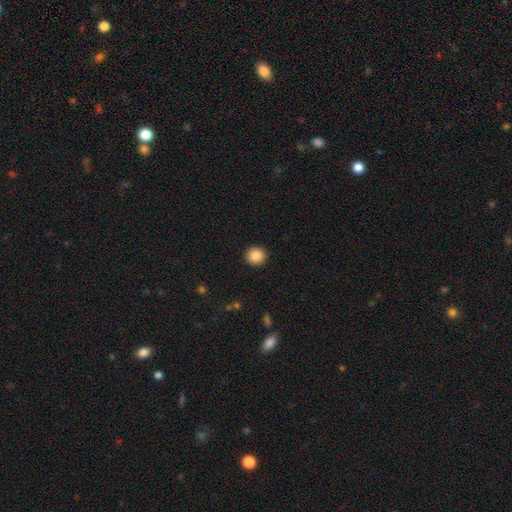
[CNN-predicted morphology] The model was most divided on "how rounded": round: 88%, in between: 11%, cigar-shaped: 1%. More confident: merging — none (92%); smooth or featured — smooth (87%).